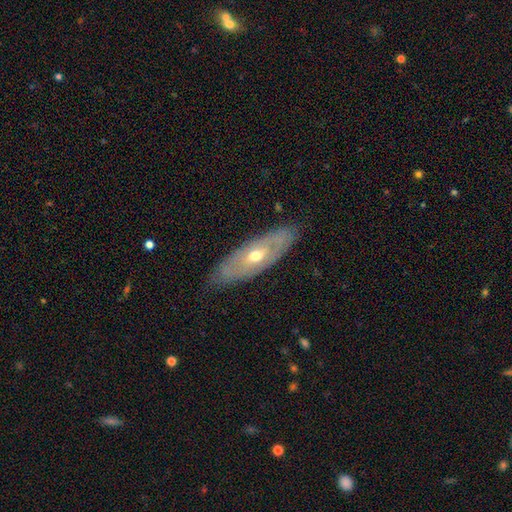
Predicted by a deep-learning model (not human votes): Smooth or featured? Predicted: featured or disk (p=0.62). Edge-on disk? Predicted: no (p=0.73). Merging? Predicted: none (p=0.81).